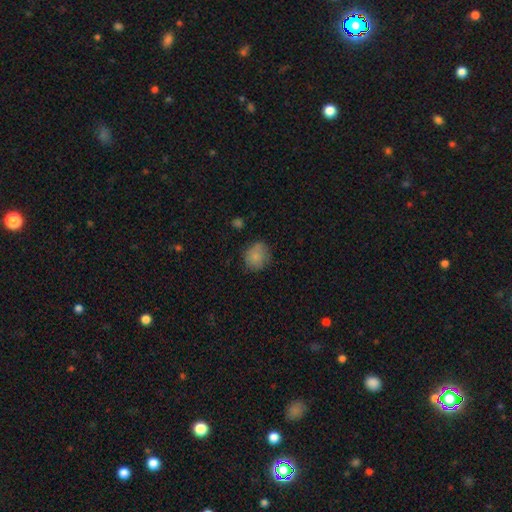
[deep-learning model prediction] smooth 80%, featured or disk 10%, star or artifact 9%. Down the decision tree: how rounded — round (73%); merging — none (67%).